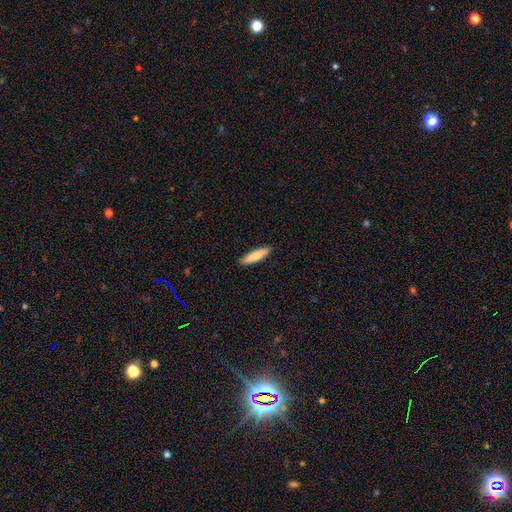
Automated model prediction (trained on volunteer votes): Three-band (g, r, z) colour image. It shows a smooth galaxy with no disk features (81%) that is cigar-shaped (76%). Merging: none (90%).